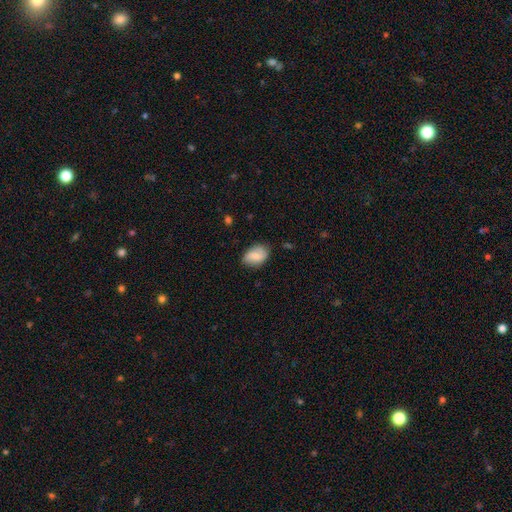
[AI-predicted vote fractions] Smooth or featured? Predicted: smooth (p=0.75). How rounded? Predicted: in between (p=0.83). Merging? Predicted: none (p=0.73).